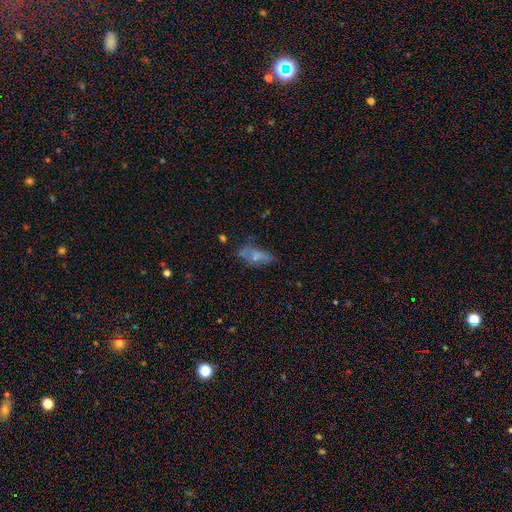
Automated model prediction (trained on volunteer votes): smooth-or-featured: smooth: 58% | featured or disk: 29% | star or artifact: 13%
  how-rounded: in between: 78% | cigar-shaped: 18% | round: 4%
  merging: none: 45% | minor disturbance: 29% | major disturbance: 19% | merger: 7%